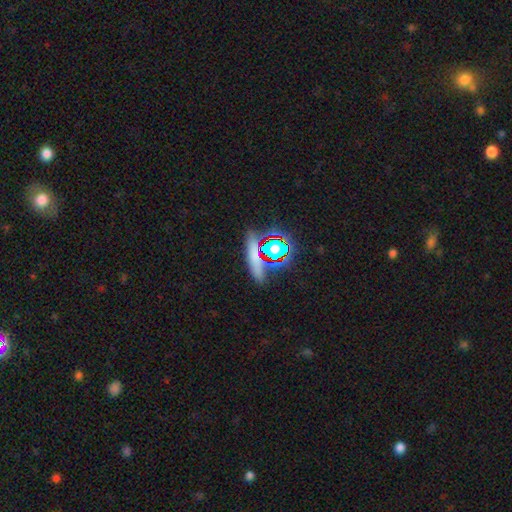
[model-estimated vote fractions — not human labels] smooth 47%, star or artifact 36%, featured or disk 18%. Down the decision tree: merging — none (75%).